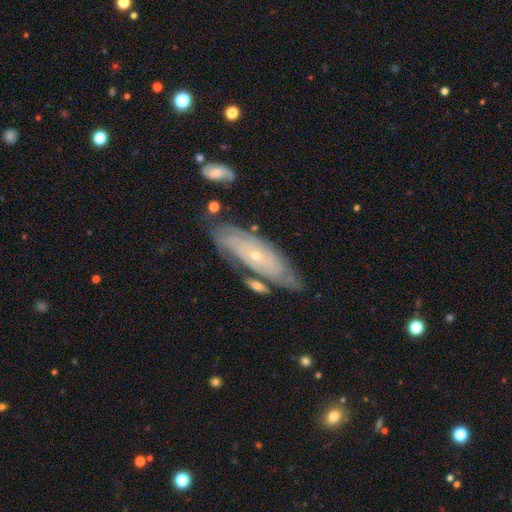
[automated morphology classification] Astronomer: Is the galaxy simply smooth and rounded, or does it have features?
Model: featured or disk — 74%.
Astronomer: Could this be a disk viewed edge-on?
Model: no — 85%.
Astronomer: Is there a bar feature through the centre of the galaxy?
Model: no — 84%.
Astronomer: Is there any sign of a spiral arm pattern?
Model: yes — 81%.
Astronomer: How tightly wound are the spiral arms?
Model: tight — 78%.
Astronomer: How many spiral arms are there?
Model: can't tell — 65%.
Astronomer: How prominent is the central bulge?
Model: small — 77%.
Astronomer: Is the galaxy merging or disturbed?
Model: none — 70%.